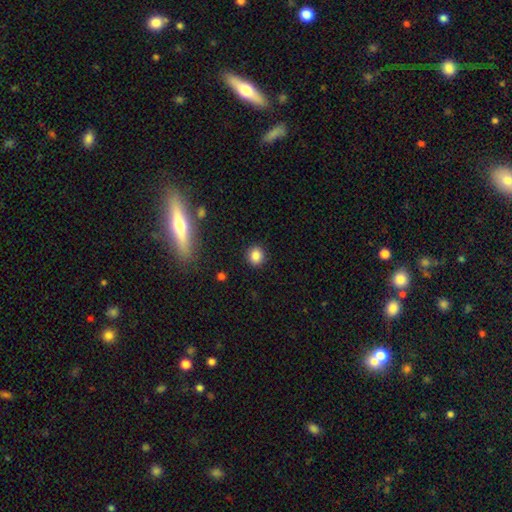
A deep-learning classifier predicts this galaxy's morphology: The model was most divided on "how rounded": round: 80%, in between: 19%, cigar-shaped: 1%. More confident: merging — none (90%); smooth or featured — smooth (85%).